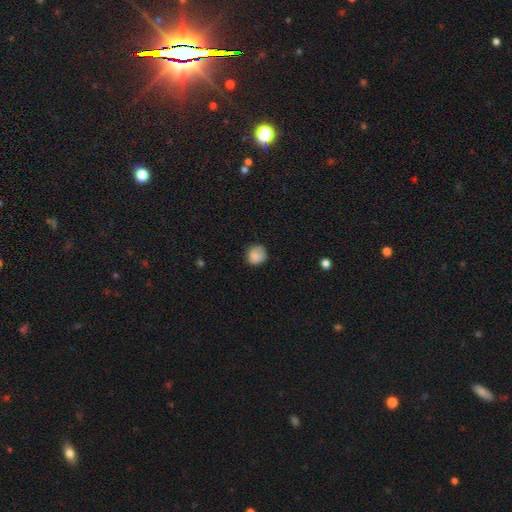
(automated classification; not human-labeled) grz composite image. It shows a smooth galaxy with no disk features (85%) that is round (86%). Merging: none (78%).